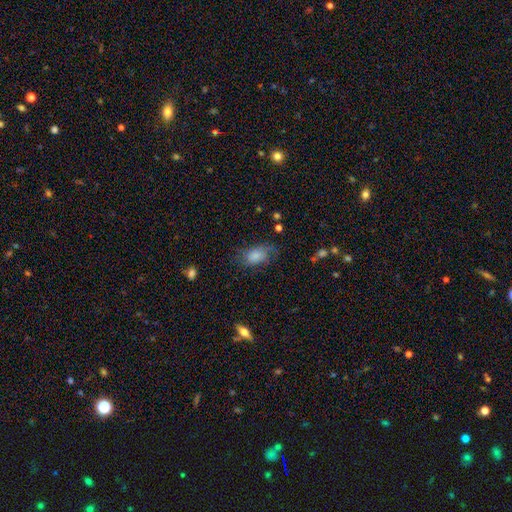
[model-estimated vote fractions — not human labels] Smooth or featured? Predicted: smooth (p=0.73). How rounded? Predicted: in between (p=0.89). Merging? Predicted: none (p=0.55).